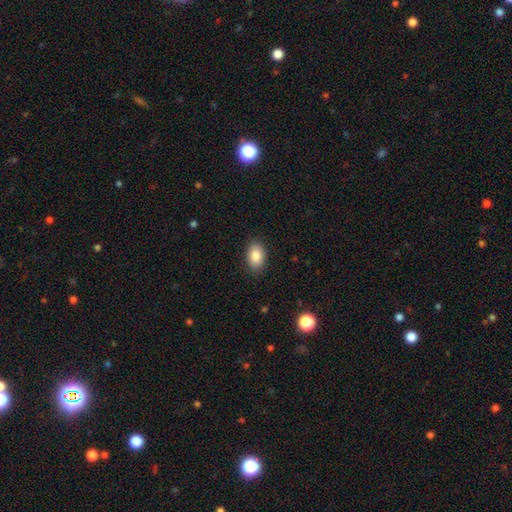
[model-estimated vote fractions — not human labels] A smooth galaxy with no disk features (86%) that is in between round and cigar-shaped (88%).

Vote fractions:
- Smooth or featured? smooth: 86% / star or artifact: 8% / featured or disk: 7%
- How rounded? in between: 88% / round: 11% / cigar-shaped: 1%
- Merging? none: 88% / minor disturbance: 9% / major disturbance: 2% / merger: 1%